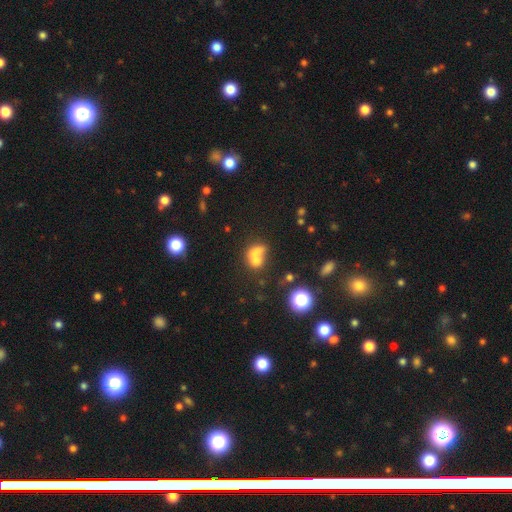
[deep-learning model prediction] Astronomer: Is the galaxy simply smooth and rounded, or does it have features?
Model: smooth — 61%.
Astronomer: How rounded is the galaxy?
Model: round — 49%, tied with in between at 49%.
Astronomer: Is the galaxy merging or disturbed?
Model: merger — 60%.